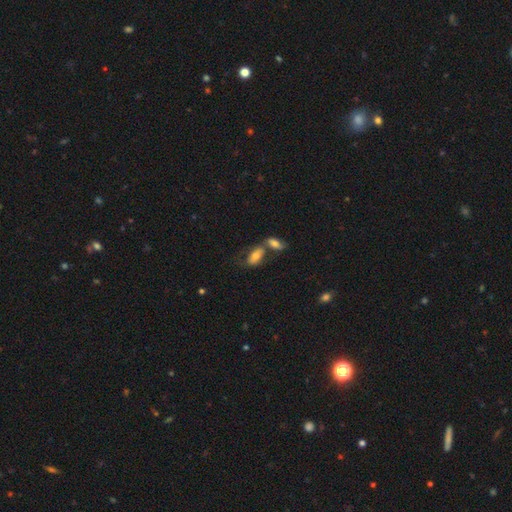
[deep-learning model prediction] This is likely a smooth galaxy (70%). How rounded: clearly in between (87%). Merging: possibly merger (46%).